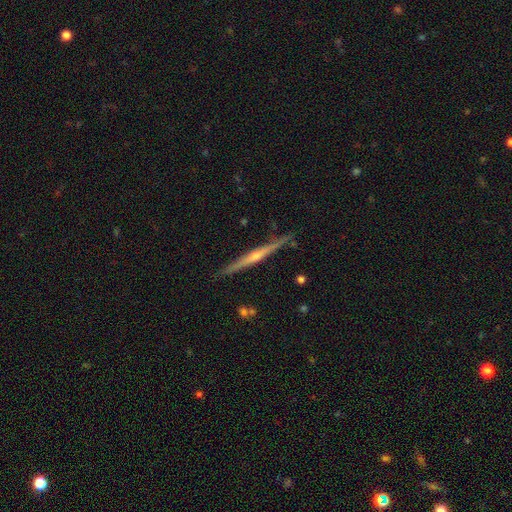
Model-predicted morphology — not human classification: Overall: featured or disk (74%). Edge-on disk: yes (98%). Edge-on bulge: rounded (68%). Merging: none (88%).